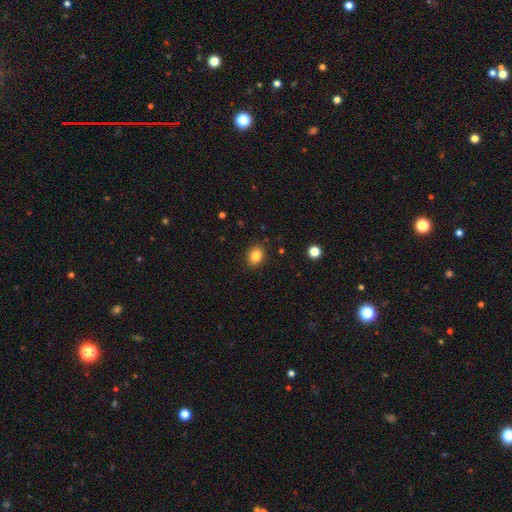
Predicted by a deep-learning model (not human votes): Smooth or featured? Predicted: smooth (p=0.84). How rounded? Predicted: in between (p=0.59). Merging? Predicted: none (p=0.87).